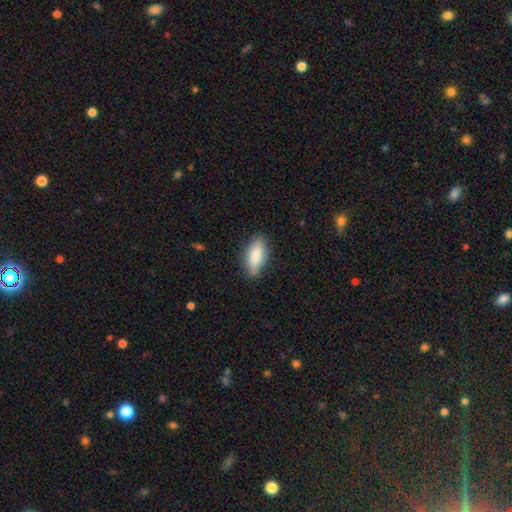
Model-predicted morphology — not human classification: Q: Smooth or featured?
A: smooth (84%); runner-up: featured or disk (10%)
Q: How rounded?
A: in between (75%); runner-up: cigar-shaped (22%)
Q: Merging?
A: none (83%); runner-up: minor disturbance (13%)